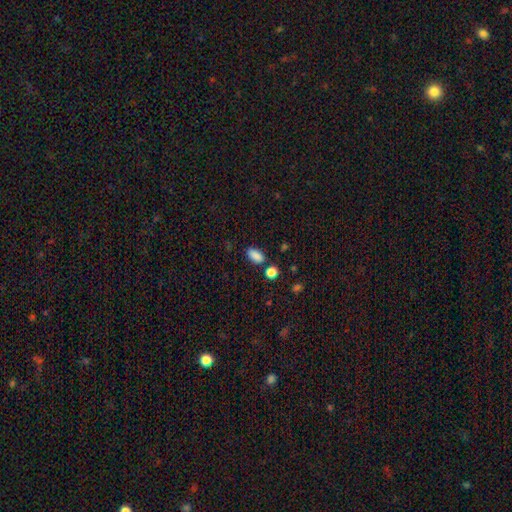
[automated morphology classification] Smooth or featured? smooth (86%)
How rounded? in between (89%)
Merging? none (77%)